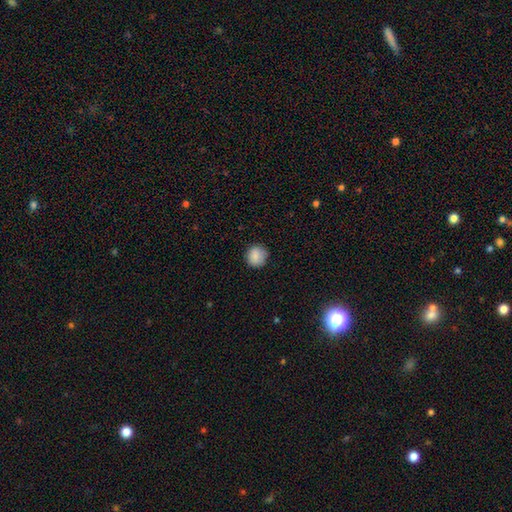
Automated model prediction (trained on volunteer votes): Smooth or featured?
  - smooth: 87% *
  - star or artifact: 9%
  - featured or disk: 4%
How rounded?
  - round: 88% *
  - in between: 11%
  - cigar-shaped: 1%
Merging?
  - none: 85% *
  - minor disturbance: 12%
  - major disturbance: 3%
  - merger: 1%